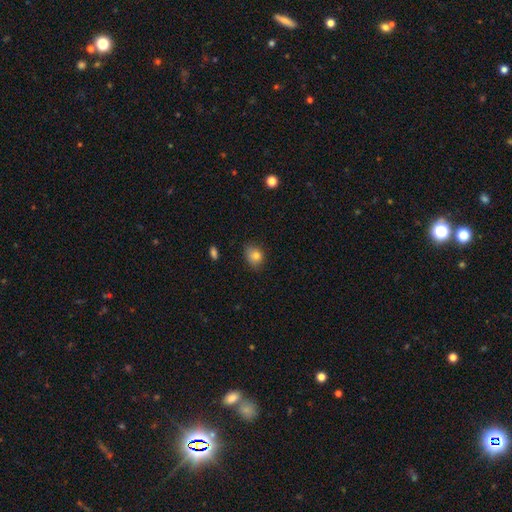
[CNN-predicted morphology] smooth 81%, star or artifact 10%, featured or disk 9%. Down the decision tree: how rounded — round (52%); merging — none (71%).